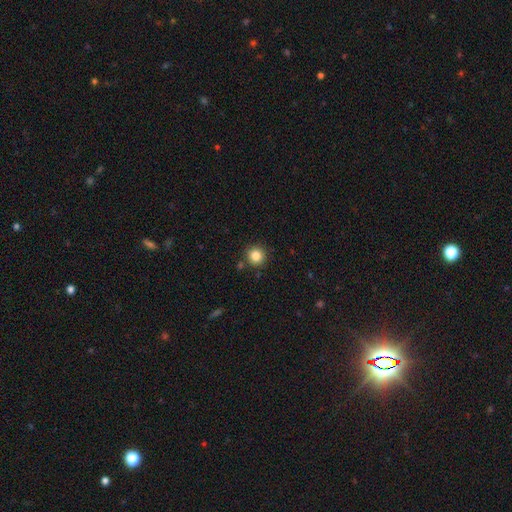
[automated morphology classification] Smooth or featured? Predicted: smooth (p=0.85). How rounded? Predicted: round (p=0.94). Merging? Predicted: none (p=0.87).